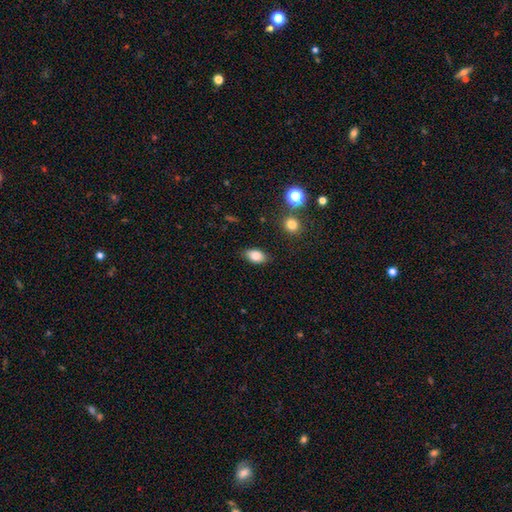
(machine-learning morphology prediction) Q: Smooth or featured?
A: smooth (83%); runner-up: star or artifact (9%)
Q: How rounded?
A: in between (88%); runner-up: round (10%)
Q: Merging?
A: none (83%); runner-up: minor disturbance (13%)